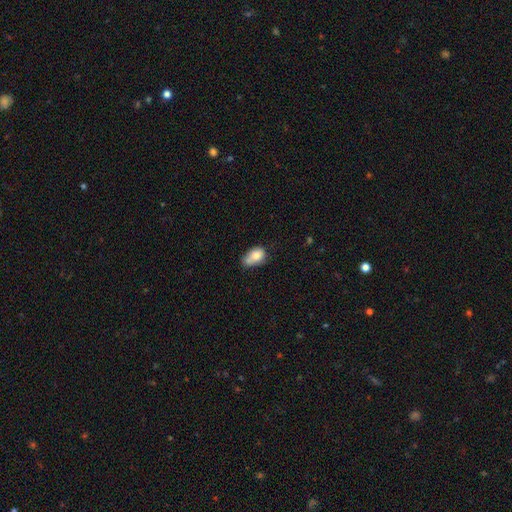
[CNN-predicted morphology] Smooth or featured?
  - smooth: 77% *
  - featured or disk: 15%
  - star or artifact: 9%
How rounded?
  - in between: 77% *
  - round: 22%
  - cigar-shaped: 2%
Merging?
  - merger: 34% *
  - none: 29%
  - minor disturbance: 27%
  - major disturbance: 10%